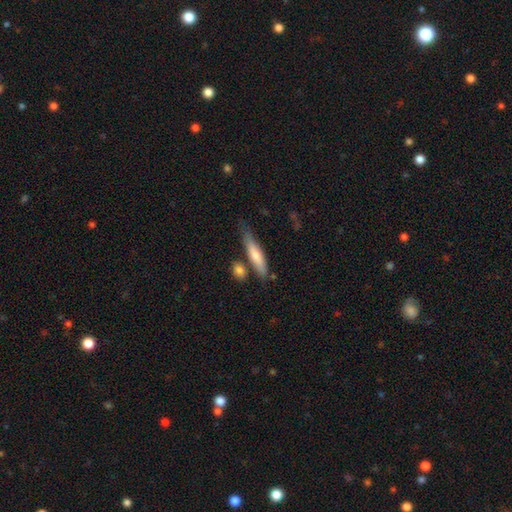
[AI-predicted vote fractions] Smooth or featured: smooth — 71% (featured or disk — 24%)
How rounded: cigar-shaped — 78% (in between — 20%)
Merging: none — 65% (minor disturbance — 19%)